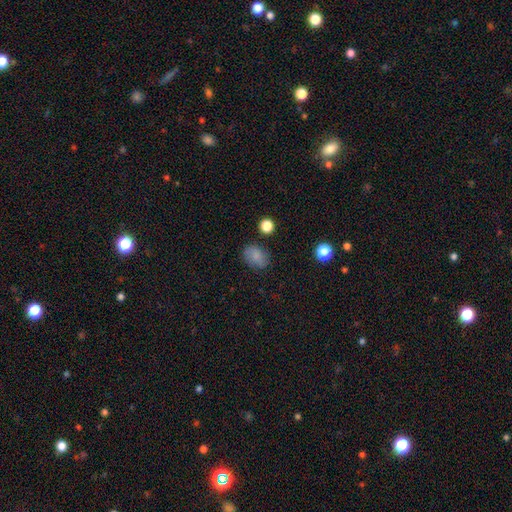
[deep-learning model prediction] Morphology: type=smooth (81%); roundness=in between (73%); merging=none (78%).